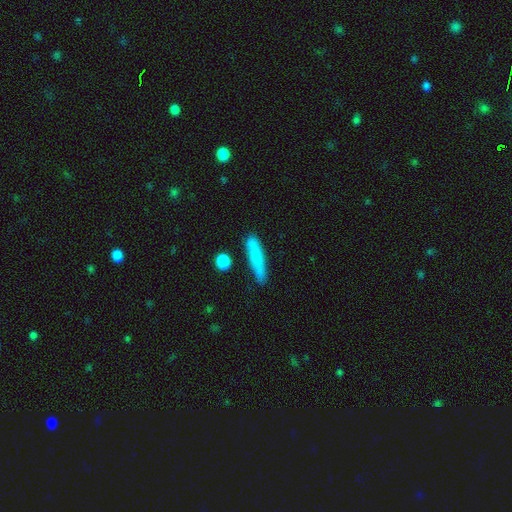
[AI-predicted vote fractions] smooth 75%, featured or disk 18%, star or artifact 7%. Down the decision tree: how rounded — cigar-shaped (86%); merging — none (75%).